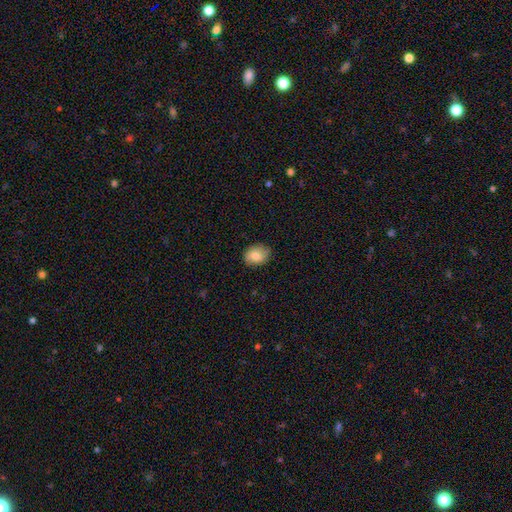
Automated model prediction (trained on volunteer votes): Q: Smooth or featured?
A: smooth (82%); runner-up: featured or disk (10%)
Q: How rounded?
A: in between (61%); runner-up: round (38%)
Q: Merging?
A: none (84%); runner-up: minor disturbance (13%)